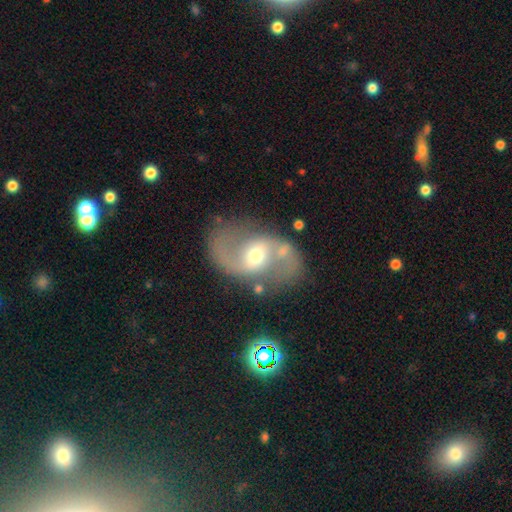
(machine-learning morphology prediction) Q: Smooth or featured?
A: featured or disk (84%); runner-up: smooth (10%)
Q: Edge-on disk?
A: no (97%); runner-up: yes (3%)
Q: Bar?
A: weak (44%); runner-up: no (33%)
Q: Spiral arms?
A: yes (91%); runner-up: no (9%)
Q: Spiral winding?
A: loose (48%); runner-up: medium (43%)
Q: Spiral arm count?
A: 2 (92%); runner-up: can't tell (3%)
Q: Bulge size?
A: moderate (59%); runner-up: small (32%)
Q: Merging?
A: none (70%); runner-up: minor disturbance (15%)